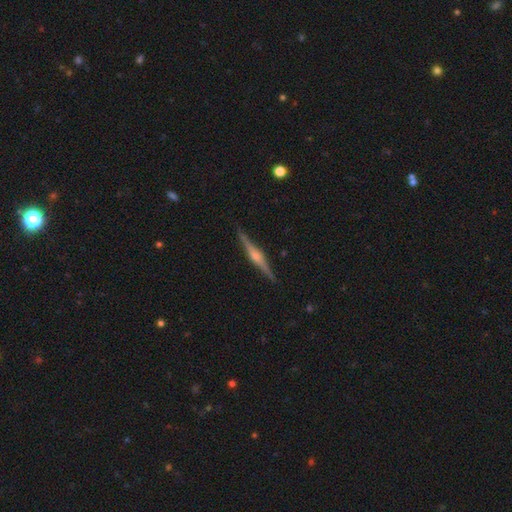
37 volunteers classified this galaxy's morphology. This is clearly a featured or disk galaxy (89%). It is clearly viewed edge-on (100%). Edge-on bulge: clearly rounded (82%). Merging: clearly none (92%).